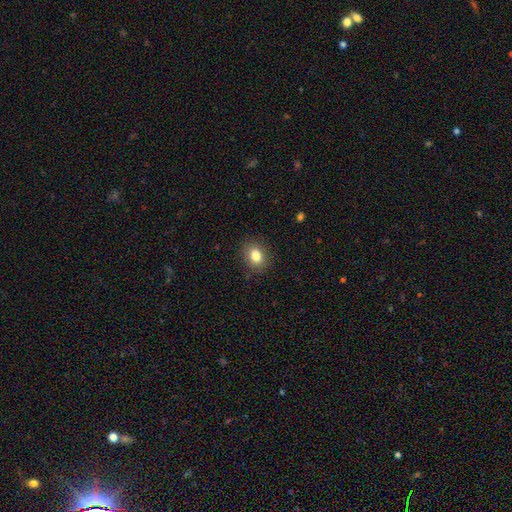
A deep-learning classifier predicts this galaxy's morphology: Overall: smooth (83%). How rounded: in between (53%; round 46%). Merging: none (87%).